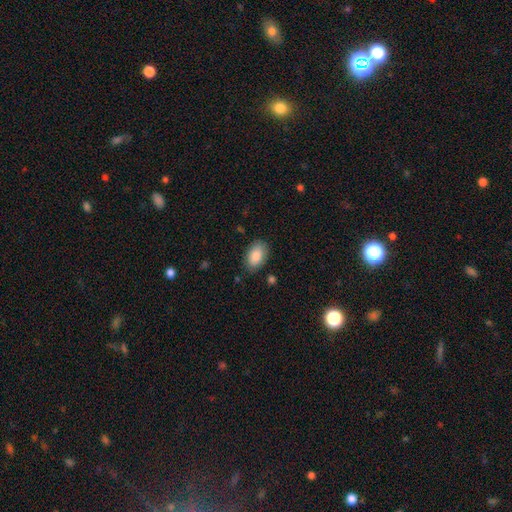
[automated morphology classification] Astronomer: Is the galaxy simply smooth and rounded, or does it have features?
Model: smooth — 87%.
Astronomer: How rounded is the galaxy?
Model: in between — 92%.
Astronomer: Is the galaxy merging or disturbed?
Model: none — 84%.